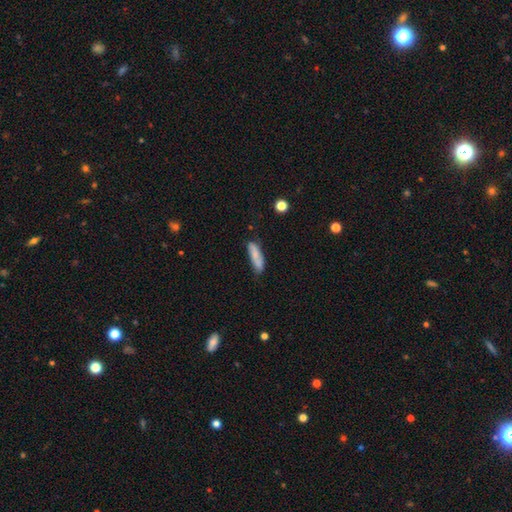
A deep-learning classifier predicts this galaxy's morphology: Smooth or featured?
  - smooth: 77% *
  - featured or disk: 16%
  - star or artifact: 7%
How rounded?
  - cigar-shaped: 65% *
  - in between: 33%
  - round: 2%
Merging?
  - none: 64% *
  - minor disturbance: 26%
  - major disturbance: 6%
  - merger: 4%